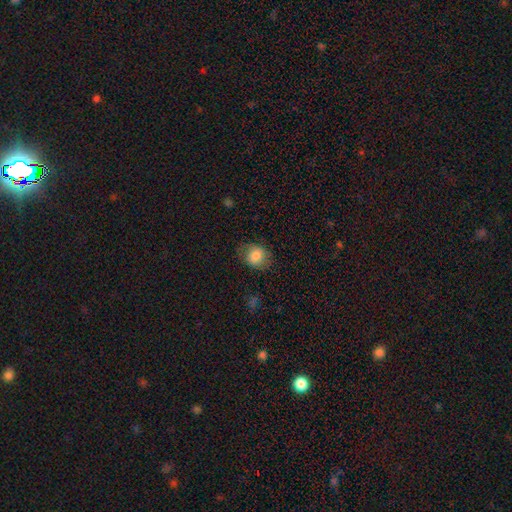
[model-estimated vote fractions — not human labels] Morphology: type=smooth (79%); roundness=round (57%); merging=none (73%).